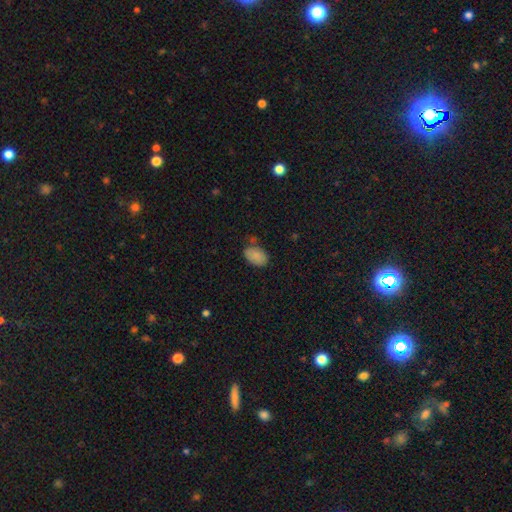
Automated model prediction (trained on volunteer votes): Smooth or featured? Predicted: smooth (p=0.87). How rounded? Predicted: in between (p=0.89). Merging? Predicted: none (p=0.70).